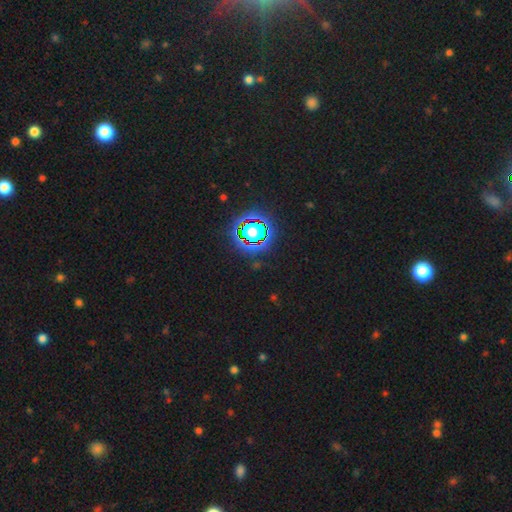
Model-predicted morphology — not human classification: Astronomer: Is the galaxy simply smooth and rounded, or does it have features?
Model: star or artifact — 80%.